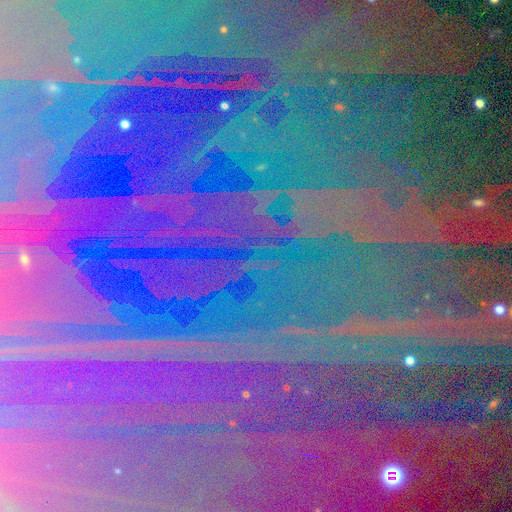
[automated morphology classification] A star or artifact, not a galaxy (89%).

Vote fractions:
- Smooth or featured? star or artifact: 89% / featured or disk: 6% / smooth: 5%